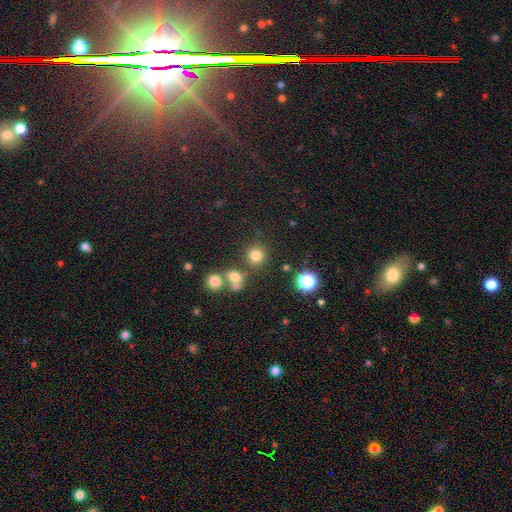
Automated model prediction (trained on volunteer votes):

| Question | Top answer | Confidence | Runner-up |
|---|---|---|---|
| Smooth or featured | smooth | 75% | star or artifact (18%) |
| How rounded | round | 90% | in between (9%) |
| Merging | none | 77% | merger (11%) |